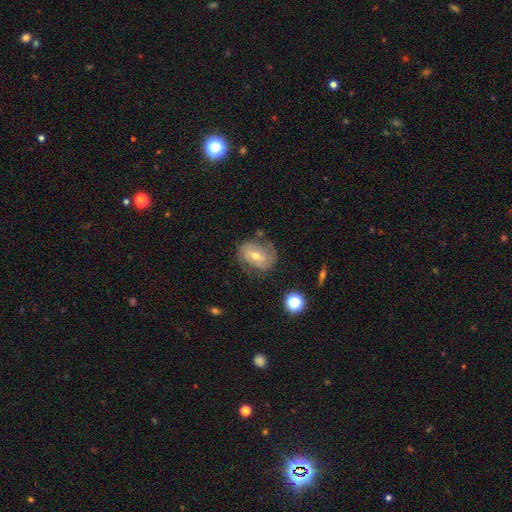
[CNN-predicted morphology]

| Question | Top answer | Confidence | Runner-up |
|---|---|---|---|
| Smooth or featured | featured or disk | 57% | smooth (34%) |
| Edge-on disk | no | 94% | yes (6%) |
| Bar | weak | 45% | no (35%) |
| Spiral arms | yes | 71% | no (29%) |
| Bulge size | moderate | 62% | small (33%) |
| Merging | none | 67% | minor disturbance (22%) |